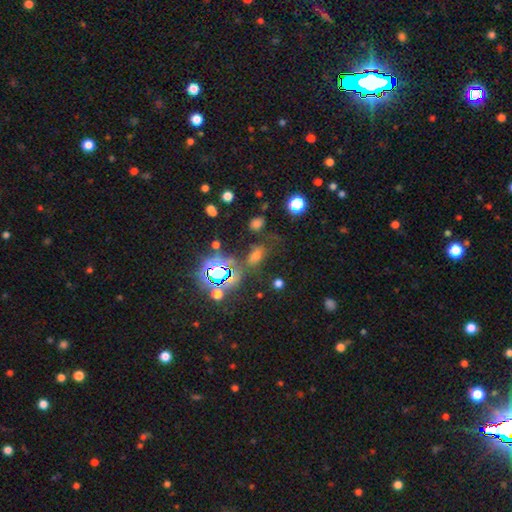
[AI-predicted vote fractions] Smooth or featured?
  - smooth: 48% *
  - star or artifact: 39%
  - featured or disk: 13%
Merging?
  - none: 61% *
  - minor disturbance: 18%
  - major disturbance: 12%
  - merger: 9%